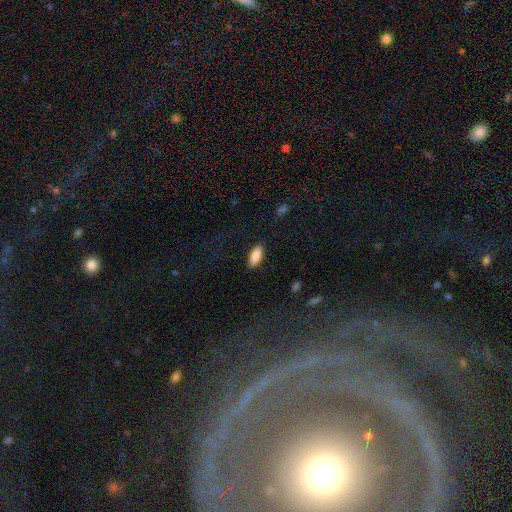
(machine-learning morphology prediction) This appears to be a smooth galaxy with no disk features (87%) that is in between round and cigar-shaped (81%). Merging: none (87%).